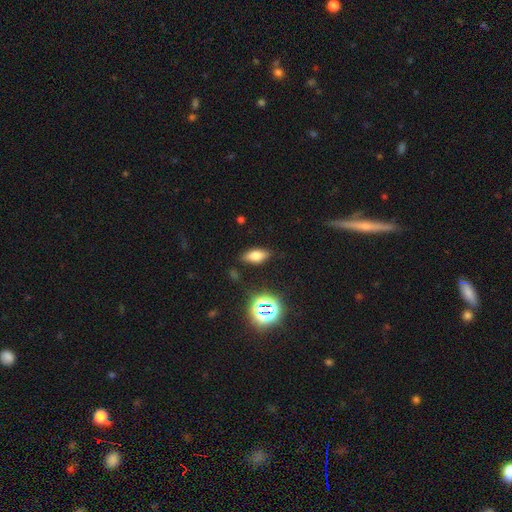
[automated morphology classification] smooth-or-featured: smooth: 68% | star or artifact: 16% | featured or disk: 16%
  how-rounded: in between: 81% | cigar-shaped: 14% | round: 6%
  merging: none: 84% | minor disturbance: 11% | major disturbance: 3% | merger: 2%